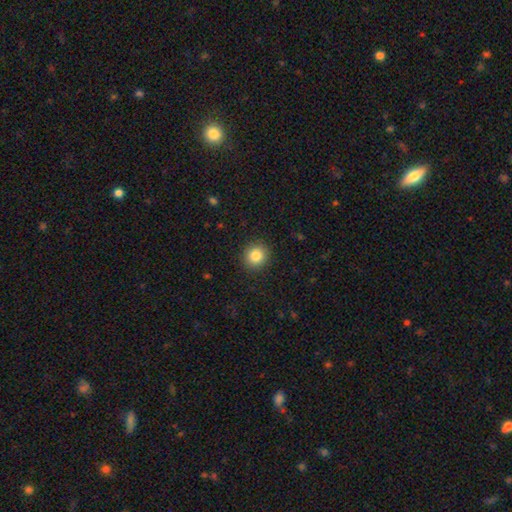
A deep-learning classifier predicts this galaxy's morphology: smooth-or-featured: smooth: 84% | star or artifact: 10% | featured or disk: 5%
  how-rounded: round: 91% | in between: 8% | cigar-shaped: 1%
  merging: none: 91% | minor disturbance: 6% | major disturbance: 2% | merger: 1%